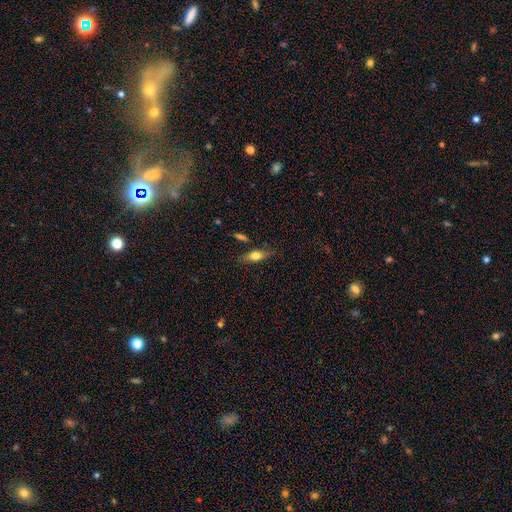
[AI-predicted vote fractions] smooth 66%, featured or disk 26%, star or artifact 8%. Down the decision tree: how rounded — in between (66%); merging — none (76%).